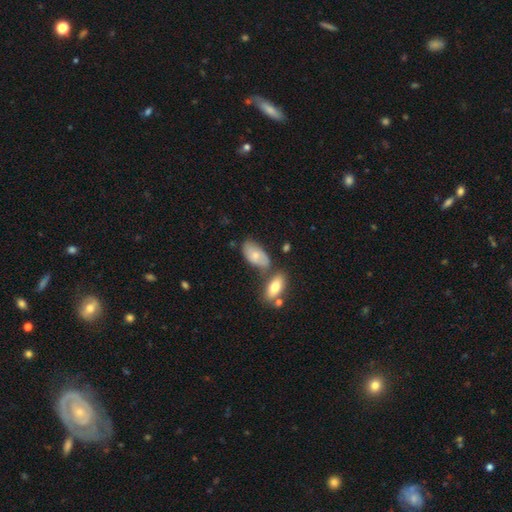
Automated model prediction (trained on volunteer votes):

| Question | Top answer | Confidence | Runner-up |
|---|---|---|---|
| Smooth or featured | smooth | 63% | featured or disk (30%) |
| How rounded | in between | 92% | round (4%) |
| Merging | none | 47% | merger (24%) |